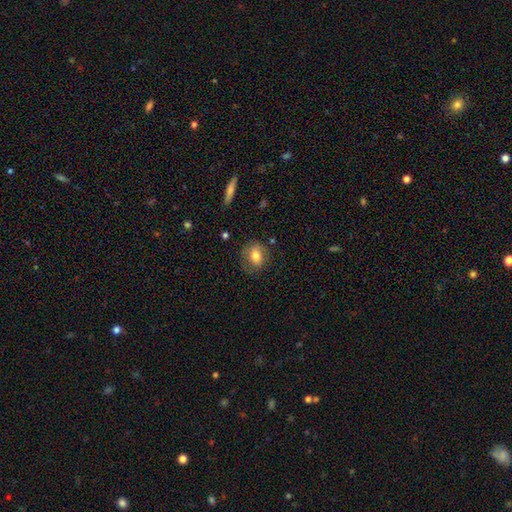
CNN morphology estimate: This appears to be a smooth galaxy with no disk features (70%) that is round (51%). Merging: none (72%).